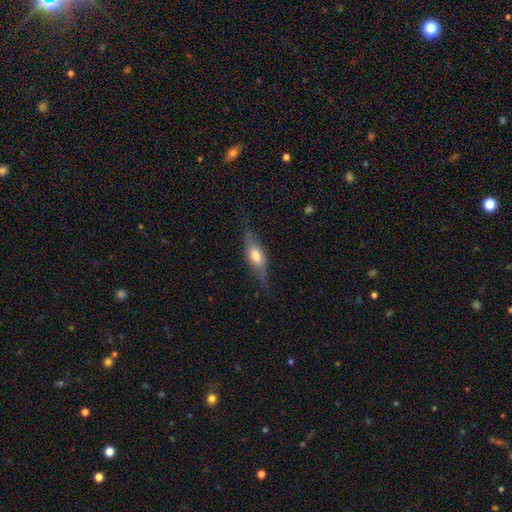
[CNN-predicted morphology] This is possibly a smooth galaxy (50%). Merging: likely none (70%).